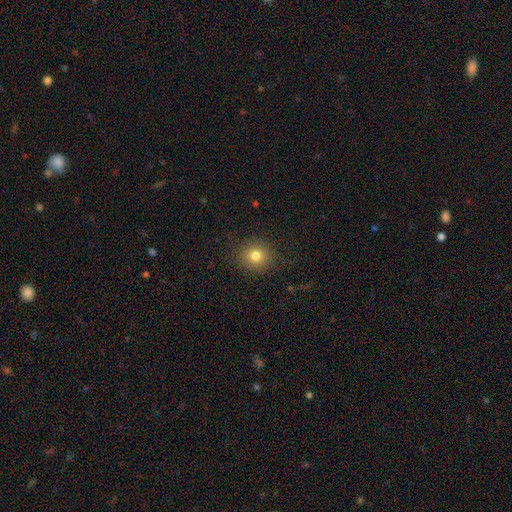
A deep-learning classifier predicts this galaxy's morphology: The model was most divided on "smooth or featured": smooth: 79%, star or artifact: 13%, featured or disk: 8%. More confident: merging — none (88%); how rounded — round (83%).